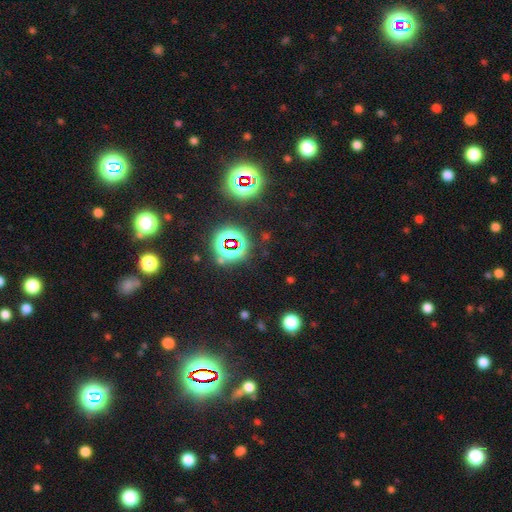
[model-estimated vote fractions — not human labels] Smooth or featured? Predicted: star or artifact (p=0.80).